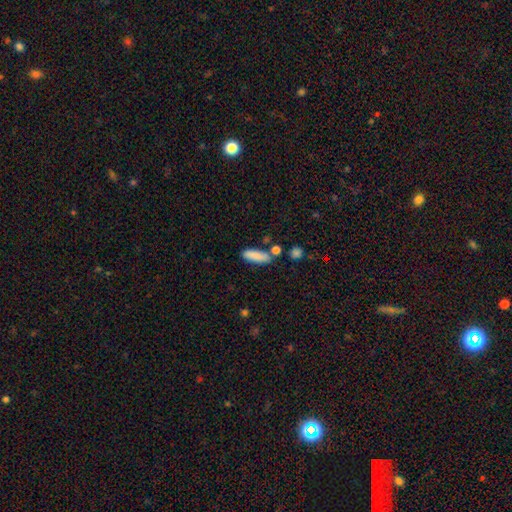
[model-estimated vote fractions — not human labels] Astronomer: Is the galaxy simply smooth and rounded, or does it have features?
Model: smooth — 86%.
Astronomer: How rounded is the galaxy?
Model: in between — 50% (runner-up: cigar-shaped, 48%).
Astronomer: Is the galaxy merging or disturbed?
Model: none — 73%.